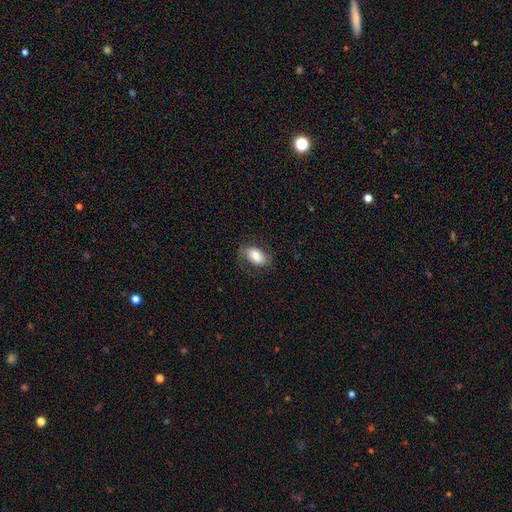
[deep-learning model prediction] Smooth or featured: smooth — 70% (featured or disk — 23%)
How rounded: in between — 89% (round — 9%)
Merging: none — 69% (minor disturbance — 18%)